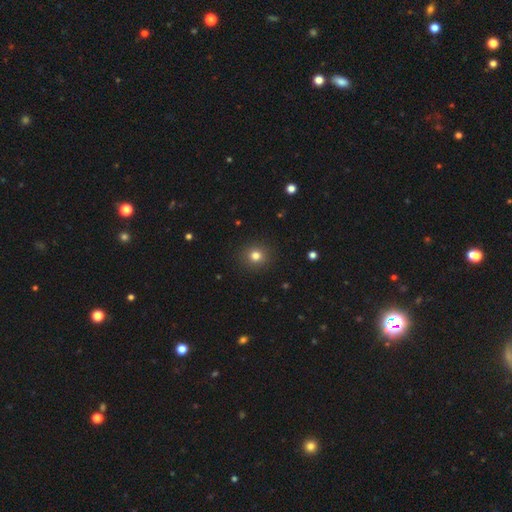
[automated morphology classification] type=smooth (80%); roundness=round (90%); merging=none (91%).